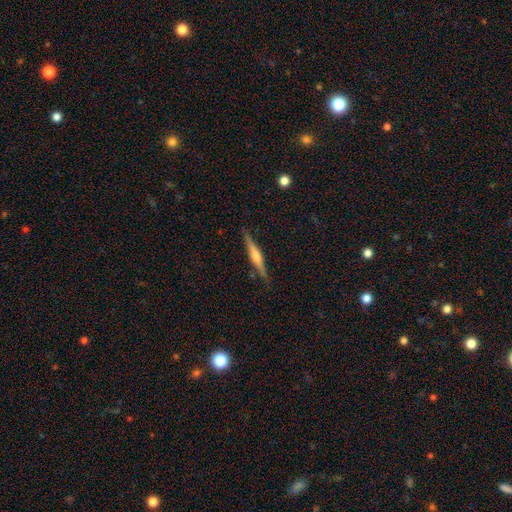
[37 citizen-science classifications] Volunteers were most divided on "smooth or featured": featured or disk: 76%, smooth: 22%, star or artifact: 3%. More confident: edge-on disk — yes (100%); merging — none (89%); edge-on bulge — rounded (82%).